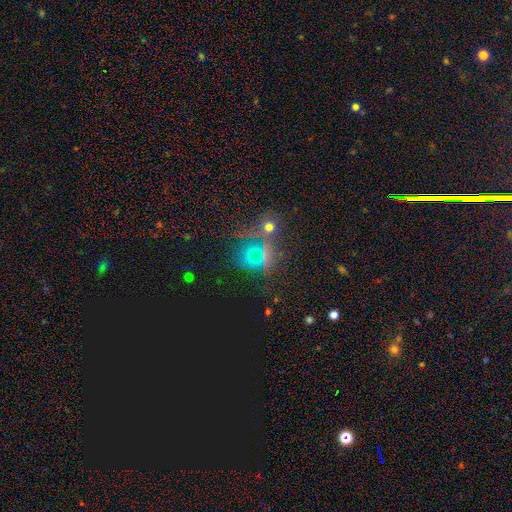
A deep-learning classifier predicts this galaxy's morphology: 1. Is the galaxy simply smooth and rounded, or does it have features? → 54% smooth, 34% star or artifact, 12% featured or disk.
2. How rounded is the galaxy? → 83% round, 15% in between, 2% cigar-shaped.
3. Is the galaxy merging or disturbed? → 59% none, 24% merger, 11% minor disturbance, 7% major disturbance.